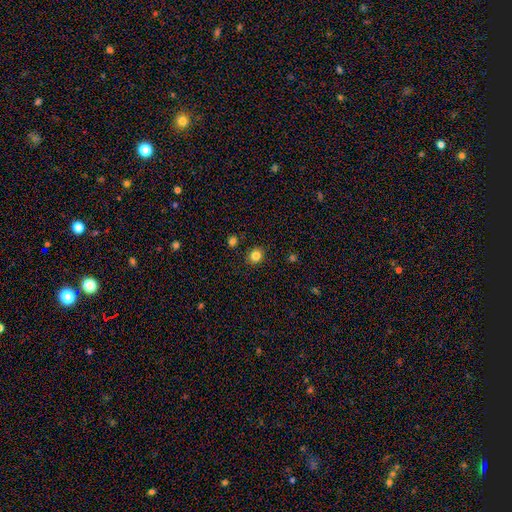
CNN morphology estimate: This is clearly a smooth galaxy (84%). How rounded: likely round (75%). Merging: clearly none (88%).